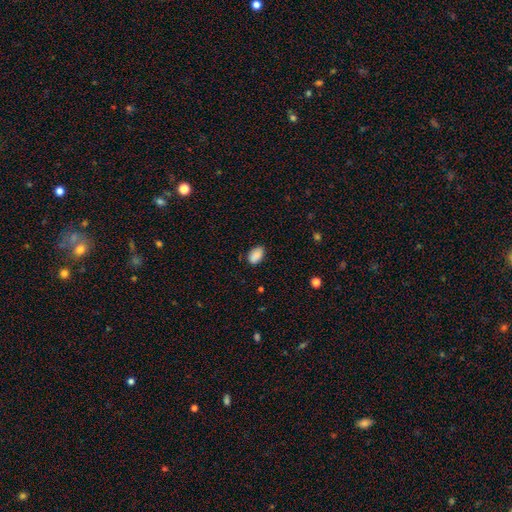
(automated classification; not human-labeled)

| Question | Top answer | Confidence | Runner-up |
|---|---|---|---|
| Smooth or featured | smooth | 88% | star or artifact (8%) |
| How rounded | in between | 88% | round (11%) |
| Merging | none | 80% | minor disturbance (16%) |